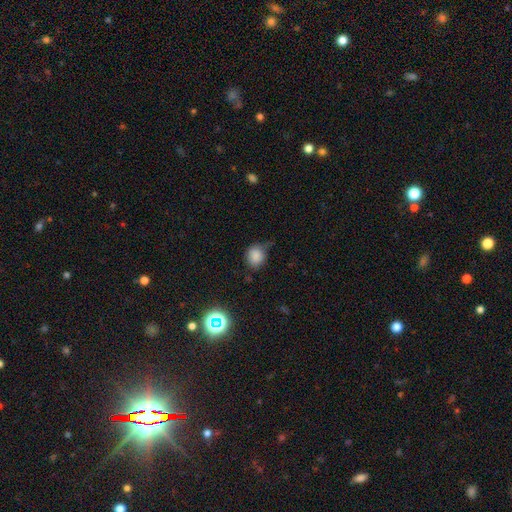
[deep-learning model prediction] Morphology: type=smooth (82%); roundness=round (66%); merging=none (57%).